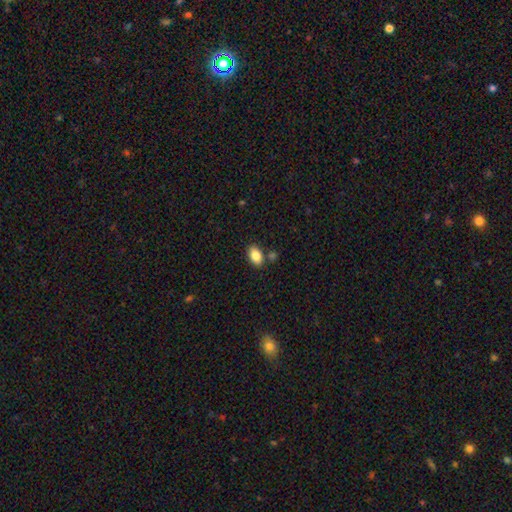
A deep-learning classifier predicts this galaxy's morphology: Overall: smooth (85%). How rounded: in between (91%). Merging: none (79%).